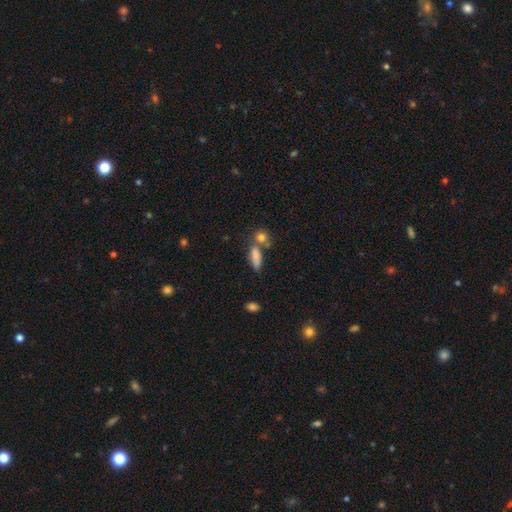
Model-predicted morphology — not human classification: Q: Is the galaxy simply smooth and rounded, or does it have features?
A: smooth — 81%.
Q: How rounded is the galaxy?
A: in between — 63%.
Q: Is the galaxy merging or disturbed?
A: none — 47%.